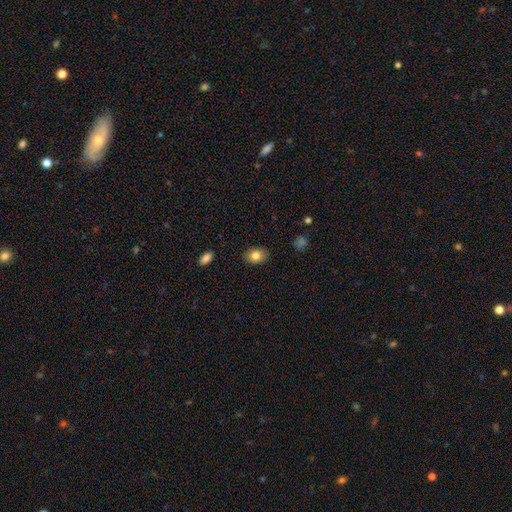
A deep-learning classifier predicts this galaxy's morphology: Smooth or featured?
  - smooth: 83% *
  - star or artifact: 9%
  - featured or disk: 9%
How rounded?
  - in between: 71% *
  - round: 28%
  - cigar-shaped: 1%
Merging?
  - none: 87% *
  - minor disturbance: 9%
  - major disturbance: 2%
  - merger: 1%